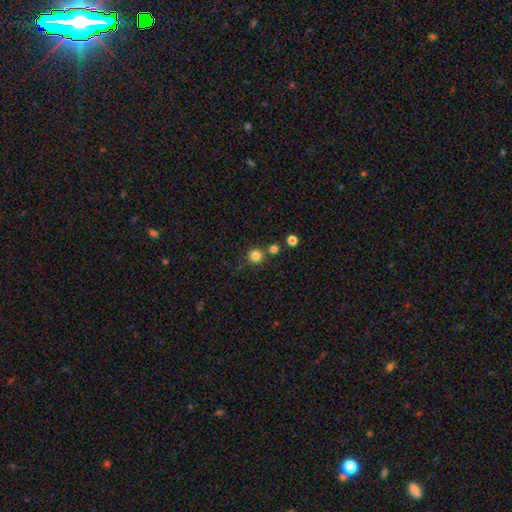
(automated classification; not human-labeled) smooth_or_featured: smooth (p=0.83) [alt: star or artifact p=0.13]
how_rounded: round (p=0.94) [alt: in between p=0.05]
merging: none (p=0.76) [alt: merger p=0.13]